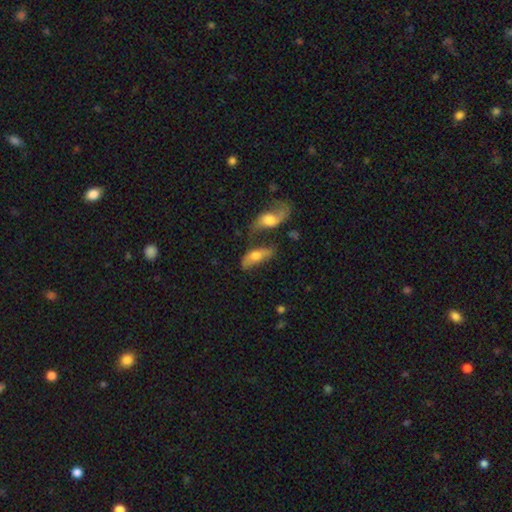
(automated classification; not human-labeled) This appears to be a smooth galaxy with no disk features (54%) that is in between round and cigar-shaped (75%). Merging: merger (35%).